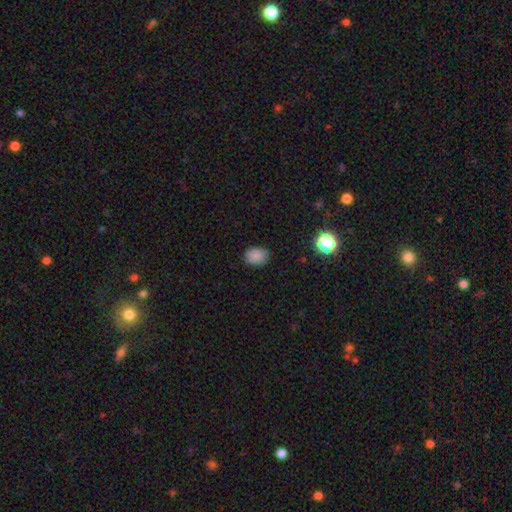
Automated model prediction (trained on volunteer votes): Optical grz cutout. It shows a smooth galaxy with no disk features (85%) that is in between round and cigar-shaped (60%). Merging: none (82%).